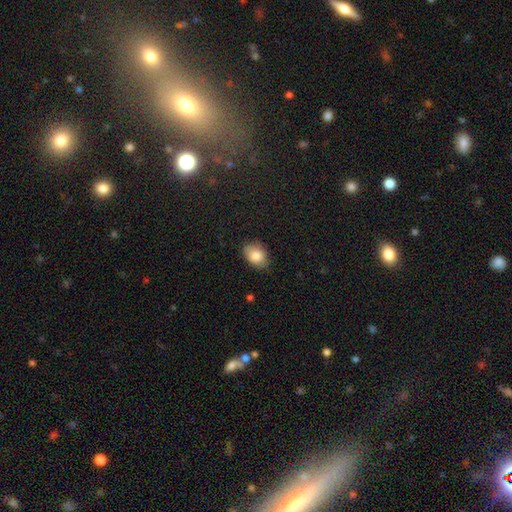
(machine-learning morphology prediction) smooth_or_featured: smooth (p=0.84) [alt: star or artifact p=0.08]
how_rounded: in between (p=0.77) [alt: round p=0.22]
merging: none (p=0.76) [alt: minor disturbance p=0.19]